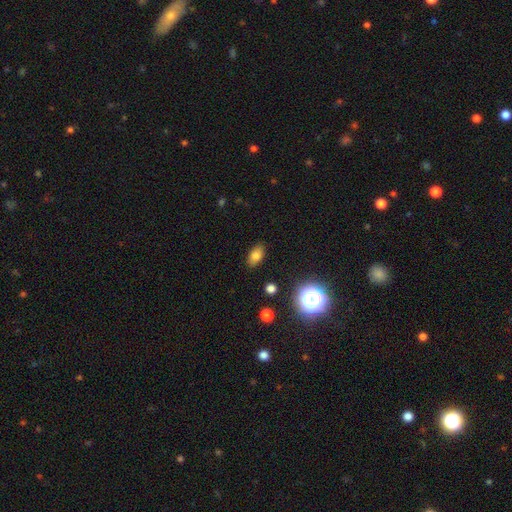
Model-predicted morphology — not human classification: This is likely a smooth galaxy (76%). How rounded: clearly in between (87%). Merging: clearly none (86%).